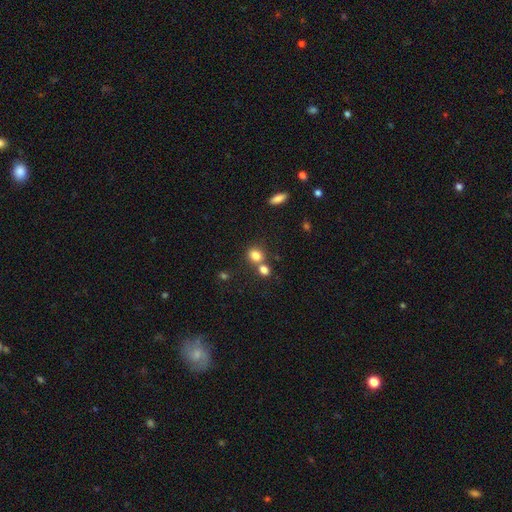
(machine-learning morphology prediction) A smooth galaxy with no disk features (80%) that is round (66%). Merging: none (49%).